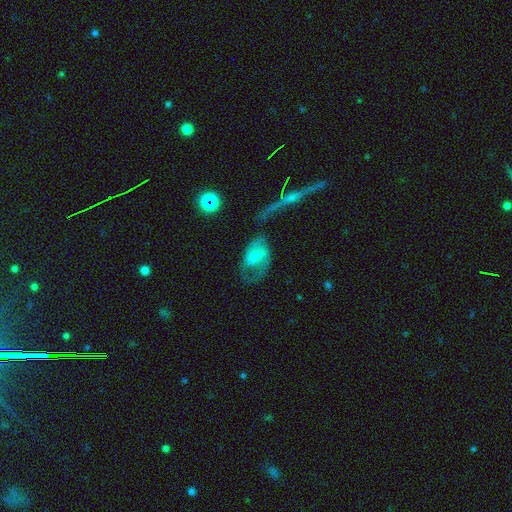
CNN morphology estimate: The model was most divided on "merging": none: 39%, major disturbance: 30%, minor disturbance: 24%, merger: 7%. More confident: edge-on disk — no (94%); smooth or featured — featured or disk (53%).